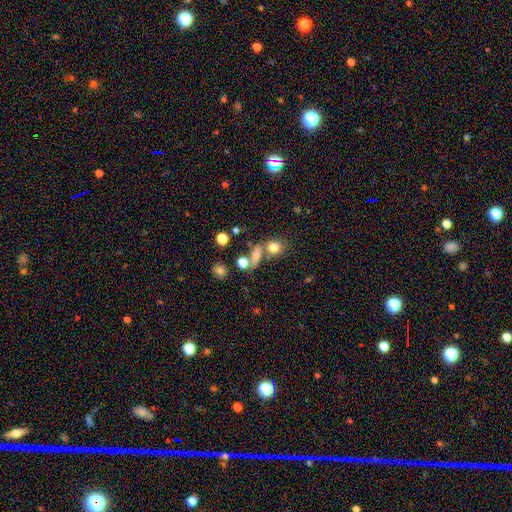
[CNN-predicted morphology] A smooth galaxy with no disk features (68%) that is in between round and cigar-shaped (48%).

Vote fractions:
- Smooth or featured? smooth: 68% / star or artifact: 19% / featured or disk: 13%
- How rounded? in between: 48% / round: 41% / cigar-shaped: 11%
- Merging? none: 45% / merger: 33% / minor disturbance: 13% / major disturbance: 9%